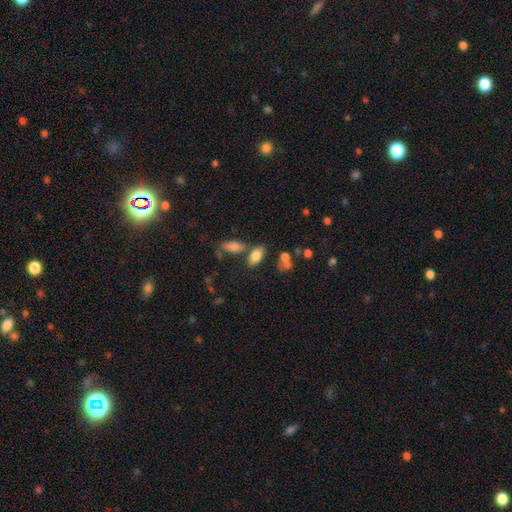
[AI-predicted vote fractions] Smooth or featured? Predicted: smooth (p=0.80). How rounded? Predicted: in between (p=0.89). Merging? Predicted: none (p=0.61).